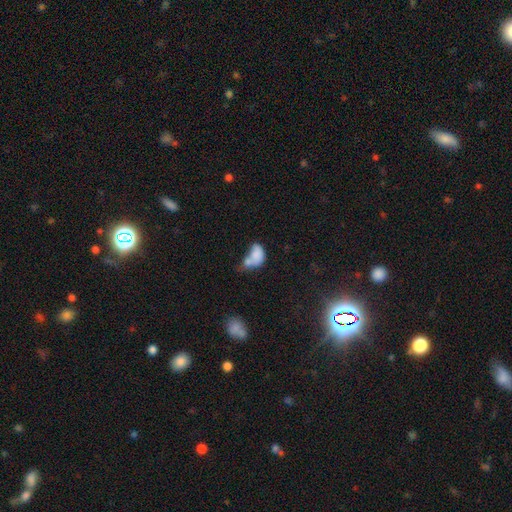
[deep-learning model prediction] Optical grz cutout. It shows a smooth galaxy with no disk features (75%) that is in between round and cigar-shaped (83%). Merging: merger (50%).